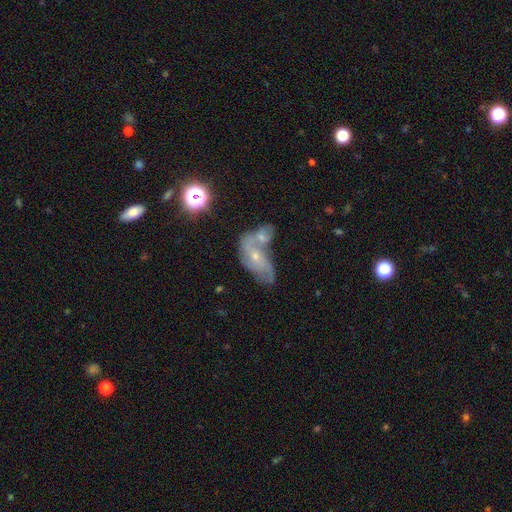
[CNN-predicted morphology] Smooth or featured: featured or disk — 68% (smooth — 19%)
Edge-on disk: no — 94% (yes — 6%)
Bar: no — 65% (weak — 28%)
Spiral arms: yes — 83% (no — 17%)
Spiral winding: medium — 42% (loose — 35%)
Spiral arm count: 2 — 46% (can't tell — 25%)
Bulge size: small — 61% (moderate — 34%)
Merging: merger — 56% (none — 22%)